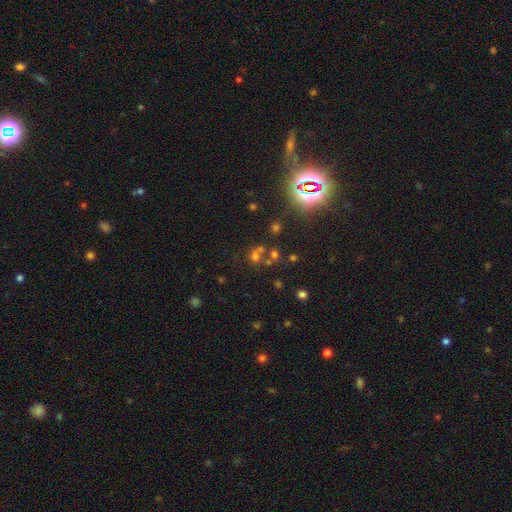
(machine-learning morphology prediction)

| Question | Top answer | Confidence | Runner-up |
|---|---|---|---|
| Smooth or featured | smooth | 48% | star or artifact (38%) |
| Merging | none | 52% | merger (33%) |